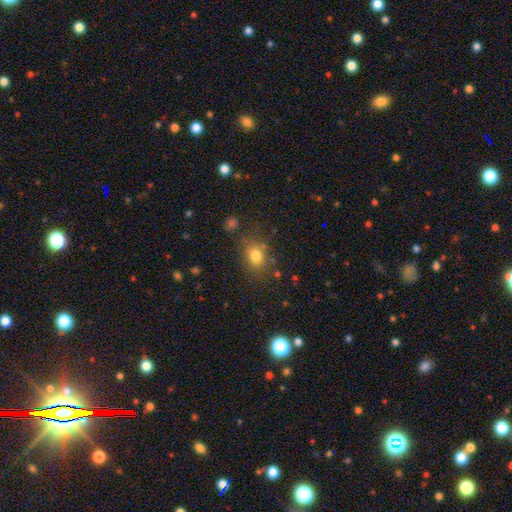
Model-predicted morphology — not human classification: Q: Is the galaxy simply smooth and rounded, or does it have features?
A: smooth — 78%.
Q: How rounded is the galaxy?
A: round — 50%.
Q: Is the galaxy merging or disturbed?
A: none — 74%.